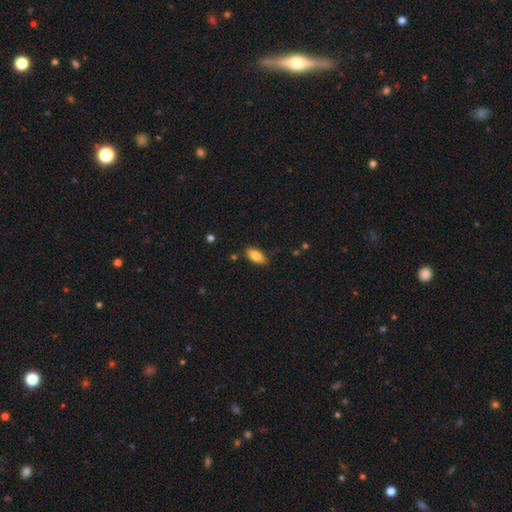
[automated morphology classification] A smooth galaxy with no disk features (80%) that is in between round and cigar-shaped (87%). Merging: none (83%).